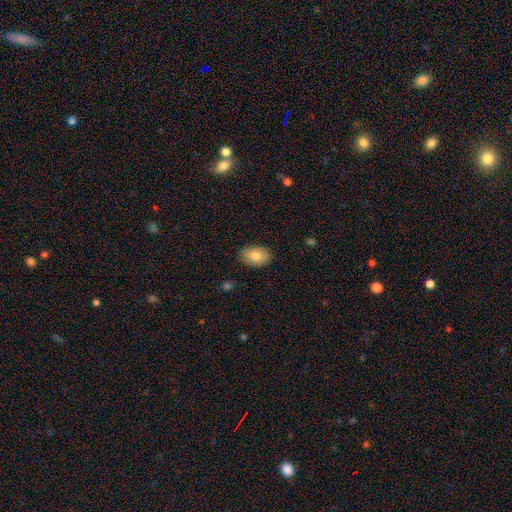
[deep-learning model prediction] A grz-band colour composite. It shows a smooth galaxy with no disk features (82%) that is in between round and cigar-shaped (85%). Merging: none (84%).